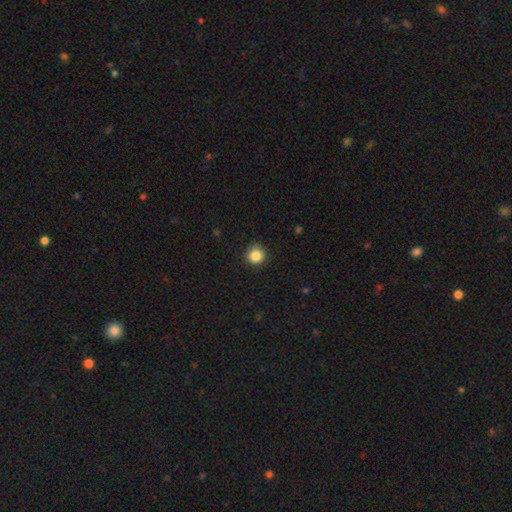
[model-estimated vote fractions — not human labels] Overall: smooth (85%). How rounded: round (93%). Merging: none (90%).